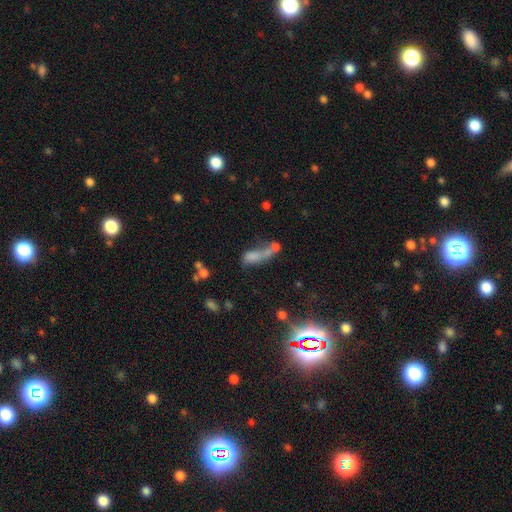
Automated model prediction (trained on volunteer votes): The model was most divided on "merging": merger: 42%, none: 22%, major disturbance: 21%, minor disturbance: 14%. More confident: how rounded — in between (60%); smooth or featured — smooth (58%).